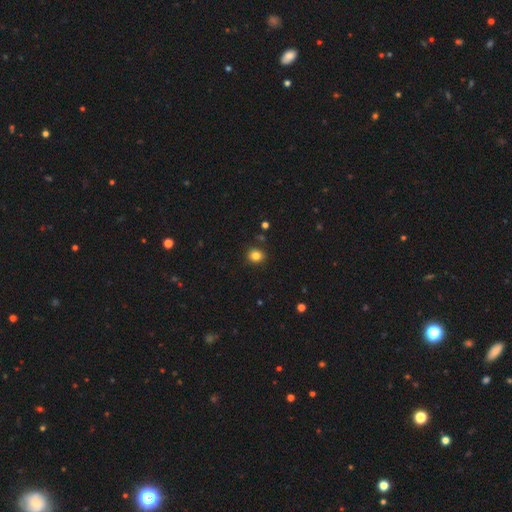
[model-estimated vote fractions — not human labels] Smooth or featured: smooth — 83% (star or artifact — 12%)
How rounded: round — 72% (in between — 27%)
Merging: none — 87% (minor disturbance — 8%)